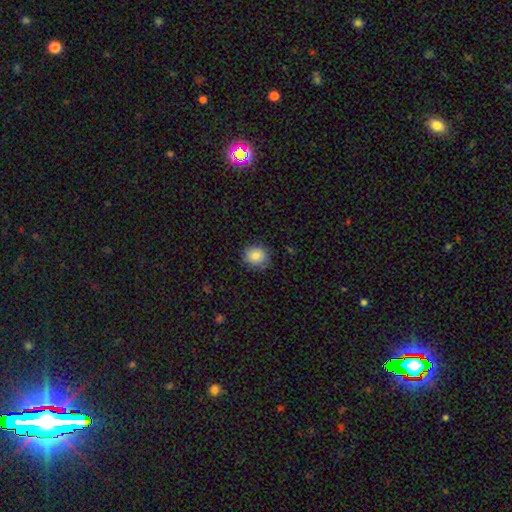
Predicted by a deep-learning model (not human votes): Morphology: type=smooth (84%); roundness=round (78%); merging=none (83%).